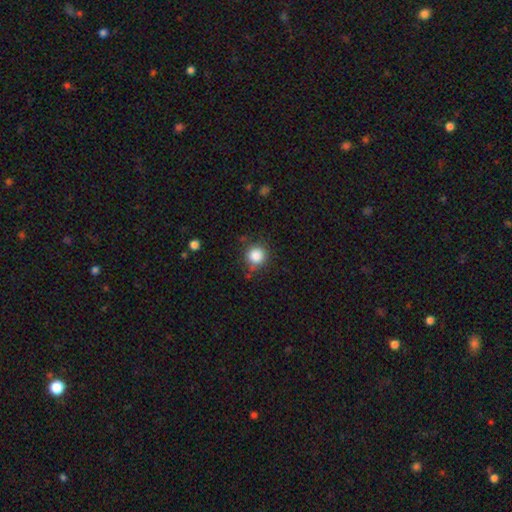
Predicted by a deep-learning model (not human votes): A smooth galaxy with no disk features (85%) that is round (92%).

Vote fractions:
- Smooth or featured? smooth: 85% / star or artifact: 10% / featured or disk: 4%
- How rounded? round: 92% / in between: 7% / cigar-shaped: 1%
- Merging? none: 80% / minor disturbance: 14% / major disturbance: 4% / merger: 3%